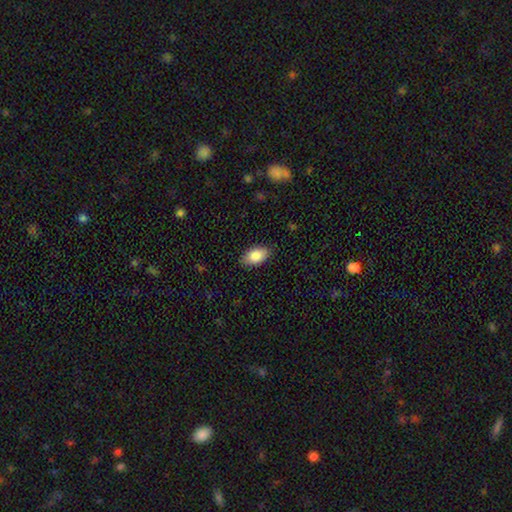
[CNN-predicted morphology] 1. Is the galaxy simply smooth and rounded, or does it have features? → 87% smooth, 7% star or artifact, 7% featured or disk.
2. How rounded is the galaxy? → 93% in between, 5% round, 2% cigar-shaped.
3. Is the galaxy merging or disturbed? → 85% none, 11% minor disturbance, 2% major disturbance, 1% merger.